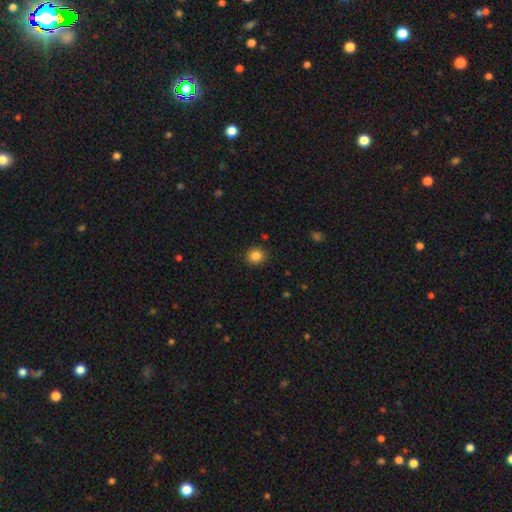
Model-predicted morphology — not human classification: smooth_or_featured: smooth (p=0.85) [alt: star or artifact p=0.11]
how_rounded: round (p=0.82) [alt: in between p=0.17]
merging: none (p=0.89) [alt: minor disturbance p=0.07]